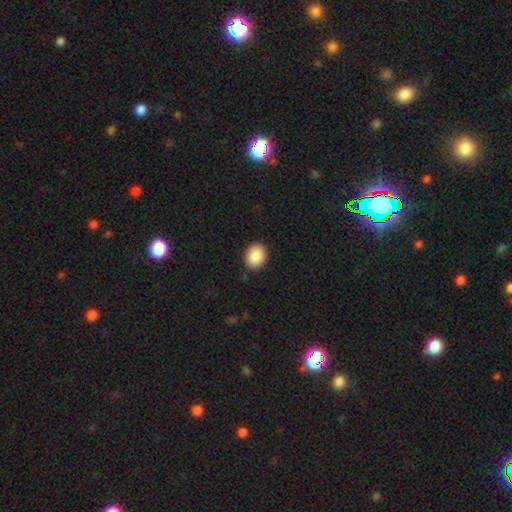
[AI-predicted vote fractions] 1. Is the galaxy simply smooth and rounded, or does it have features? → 88% smooth, 8% star or artifact, 4% featured or disk.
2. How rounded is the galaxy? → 51% round, 48% in between, 1% cigar-shaped.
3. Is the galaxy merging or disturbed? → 90% none, 7% minor disturbance, 2% major disturbance, 1% merger.